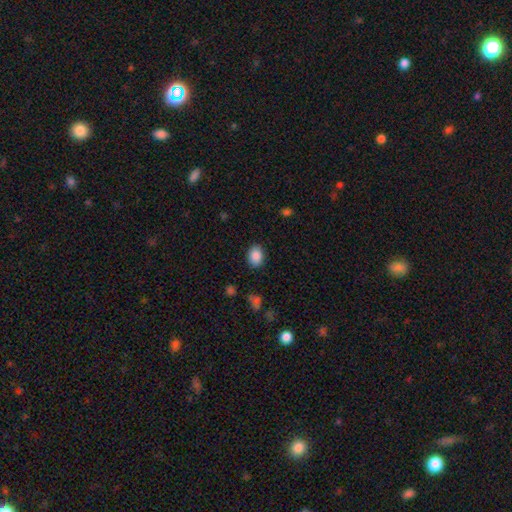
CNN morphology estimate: This appears to be a smooth galaxy with no disk features (87%) that is in between round and cigar-shaped (70%). Merging: none (86%).